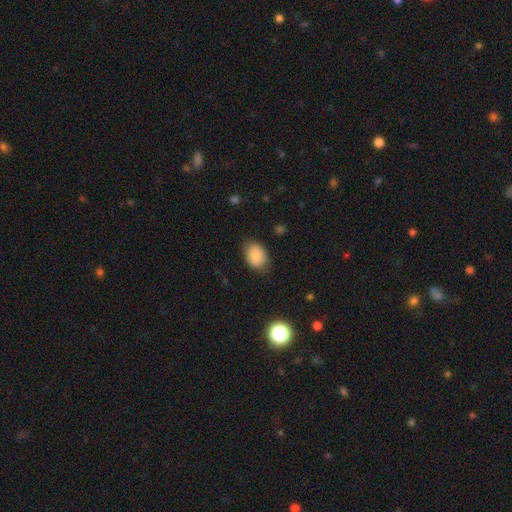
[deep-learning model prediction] Morphology: type=smooth (86%); roundness=in between (70%); merging=none (77%).